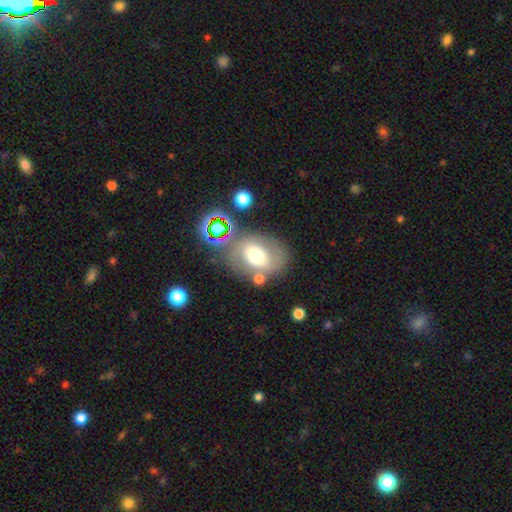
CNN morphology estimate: A smooth galaxy with no disk features (53%) that is in between round and cigar-shaped (61%).

Vote fractions:
- Smooth or featured? smooth: 53% / featured or disk: 34% / star or artifact: 13%
- How rounded? in between: 61% / round: 38% / cigar-shaped: 1%
- Merging? none: 63% / minor disturbance: 16% / merger: 13% / major disturbance: 8%